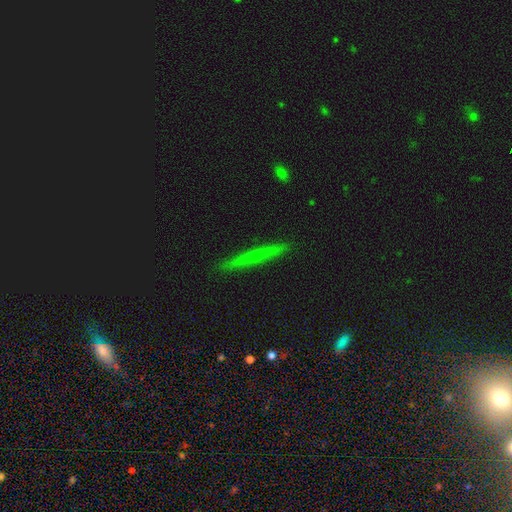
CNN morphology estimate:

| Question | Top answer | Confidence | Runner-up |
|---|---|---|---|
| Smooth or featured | featured or disk | 53% | smooth (40%) |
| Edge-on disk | yes | 96% | no (4%) |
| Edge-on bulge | none | 56% | rounded (38%) |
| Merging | none | 90% | minor disturbance (7%) |